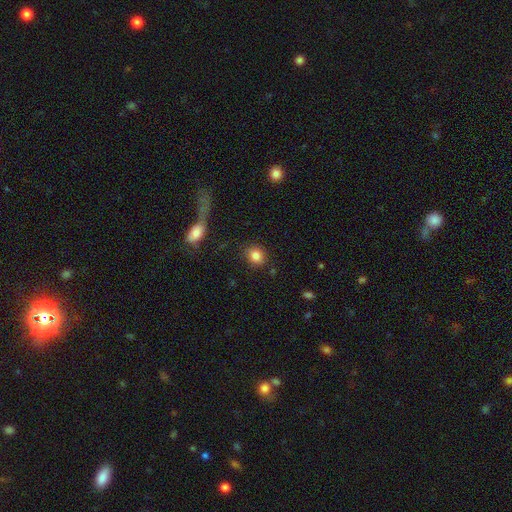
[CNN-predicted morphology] A smooth galaxy with no disk features (84%) that is round (72%).

Vote fractions:
- Smooth or featured? smooth: 84% / star or artifact: 9% / featured or disk: 7%
- How rounded? round: 72% / in between: 27% / cigar-shaped: 1%
- Merging? none: 86% / minor disturbance: 8% / merger: 3% / major disturbance: 3%